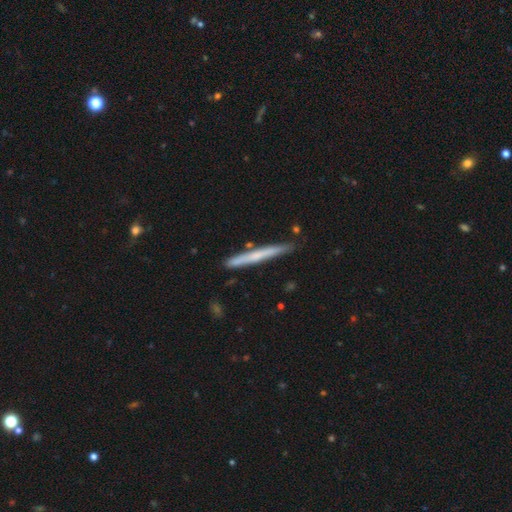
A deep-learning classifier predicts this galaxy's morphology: Smooth or featured? Predicted: smooth (p=0.50). How rounded? Predicted: cigar-shaped (p=0.97). Merging? Predicted: none (p=0.85).